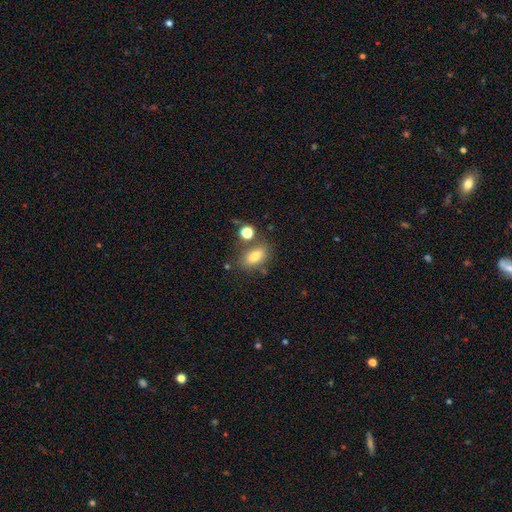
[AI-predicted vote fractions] smooth-or-featured: smooth: 79% | star or artifact: 10% | featured or disk: 10%
  how-rounded: in between: 84% | round: 11% | cigar-shaped: 6%
  merging: none: 68% | minor disturbance: 14% | merger: 13% | major disturbance: 5%